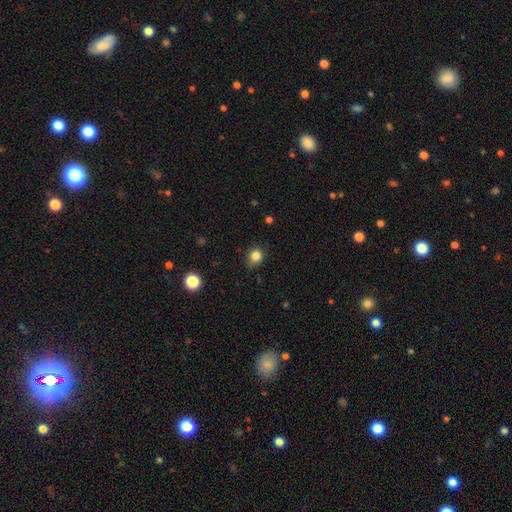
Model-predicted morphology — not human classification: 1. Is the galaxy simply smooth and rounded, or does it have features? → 83% smooth, 12% star or artifact, 5% featured or disk.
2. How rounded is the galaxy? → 75% round, 24% in between, 1% cigar-shaped.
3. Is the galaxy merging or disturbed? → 76% none, 19% minor disturbance, 3% major disturbance, 1% merger.